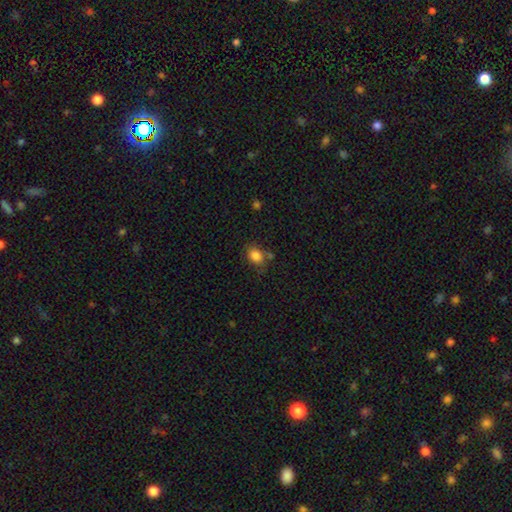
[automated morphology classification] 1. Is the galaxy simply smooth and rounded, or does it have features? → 84% smooth, 10% star or artifact, 6% featured or disk.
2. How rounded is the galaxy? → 53% in between, 46% round, 1% cigar-shaped.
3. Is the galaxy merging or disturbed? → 67% none, 19% minor disturbance, 9% merger, 6% major disturbance.